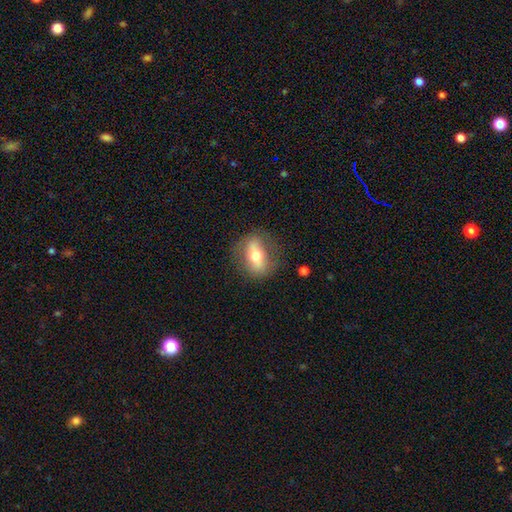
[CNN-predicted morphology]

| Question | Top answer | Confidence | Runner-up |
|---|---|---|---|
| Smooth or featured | smooth | 47% | featured or disk (45%) |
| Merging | none | 79% | minor disturbance (14%) |